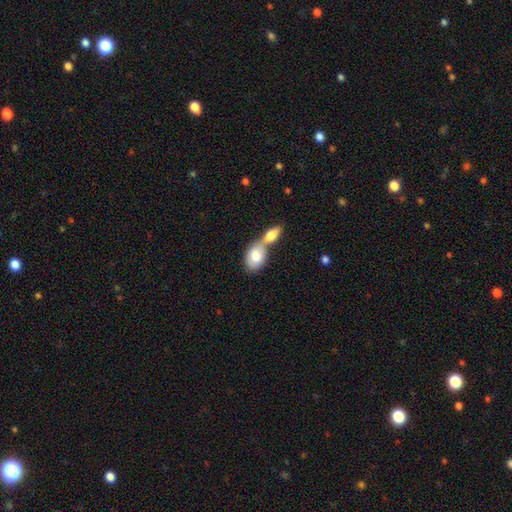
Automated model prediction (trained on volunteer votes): A smooth galaxy with no disk features (78%) that is in between round and cigar-shaped (86%). Merging: merger (67%).